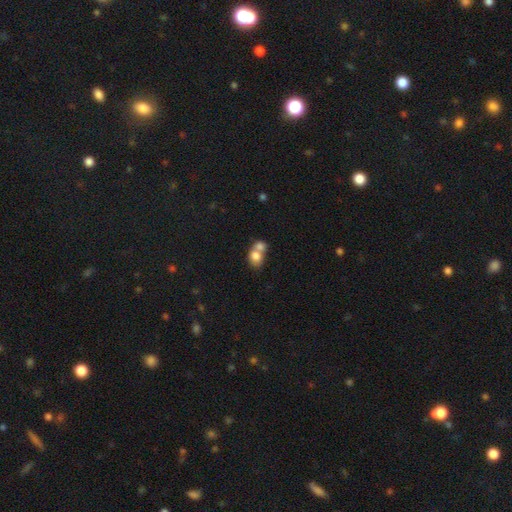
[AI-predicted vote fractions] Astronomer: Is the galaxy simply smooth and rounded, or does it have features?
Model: smooth — 78%.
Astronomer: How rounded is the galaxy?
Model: in between — 52% (runner-up: round, 47%).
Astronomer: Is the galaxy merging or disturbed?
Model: merger — 68%.